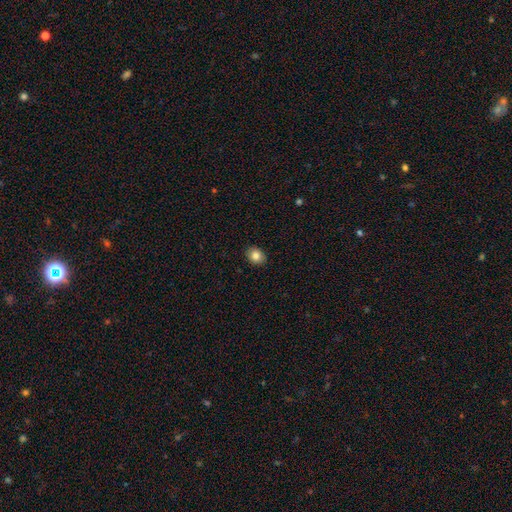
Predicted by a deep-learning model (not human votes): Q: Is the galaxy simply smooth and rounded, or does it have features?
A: smooth — 83%.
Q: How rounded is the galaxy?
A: round — 53%.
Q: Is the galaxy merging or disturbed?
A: none — 90%.